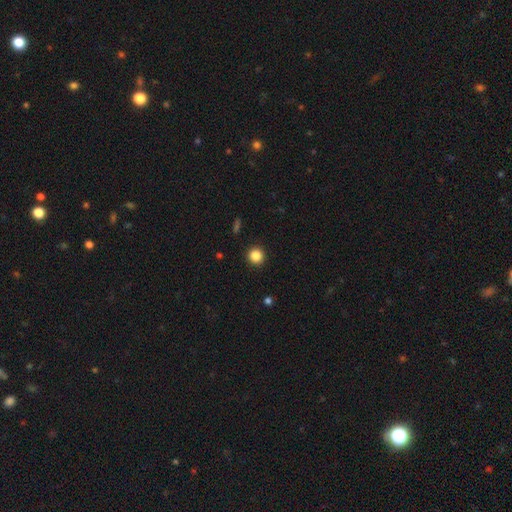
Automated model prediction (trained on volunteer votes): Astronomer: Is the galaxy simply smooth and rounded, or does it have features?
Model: smooth — 85%.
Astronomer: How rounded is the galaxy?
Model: round — 94%.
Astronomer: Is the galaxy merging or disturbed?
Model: none — 93%.